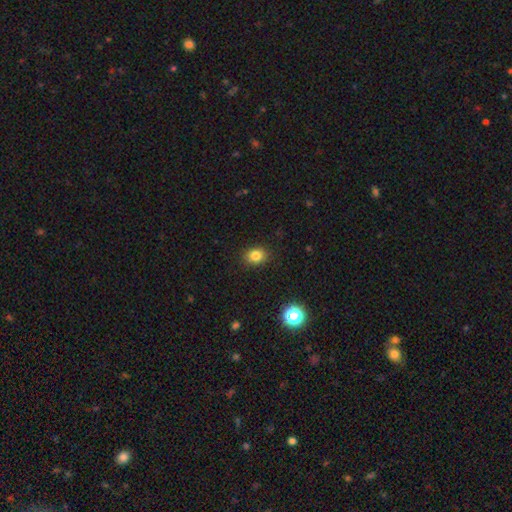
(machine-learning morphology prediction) The model was most divided on "how rounded": round: 50%, in between: 49%, cigar-shaped: 1%. More confident: merging — none (89%); smooth or featured — smooth (82%).